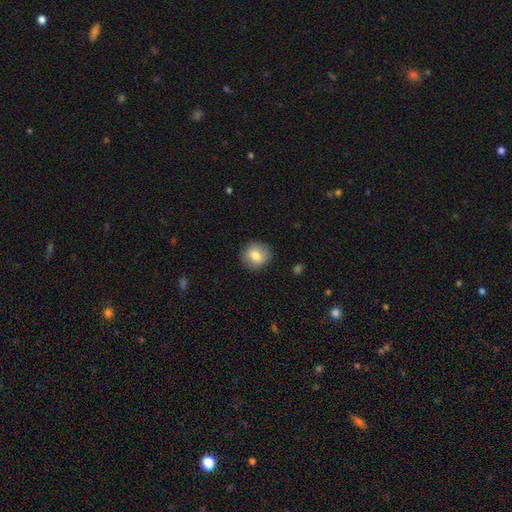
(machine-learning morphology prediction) smooth 79%, featured or disk 12%, star or artifact 9%. Down the decision tree: how rounded — round (89%); merging — none (88%).